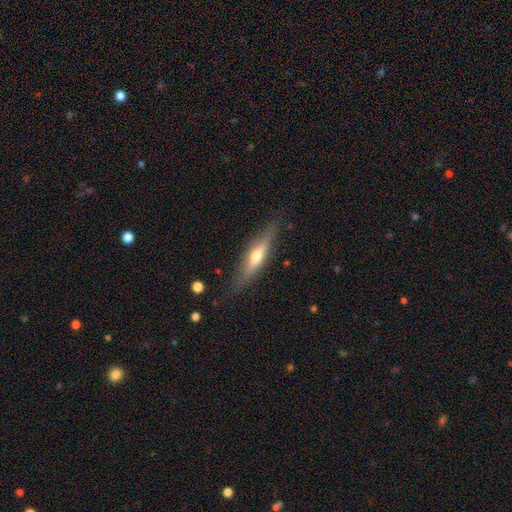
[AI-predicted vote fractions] Smooth or featured: featured or disk — 58% (smooth — 36%)
Edge-on disk: yes — 92% (no — 8%)
Edge-on bulge: rounded — 85% (none — 8%)
Merging: none — 83% (minor disturbance — 12%)